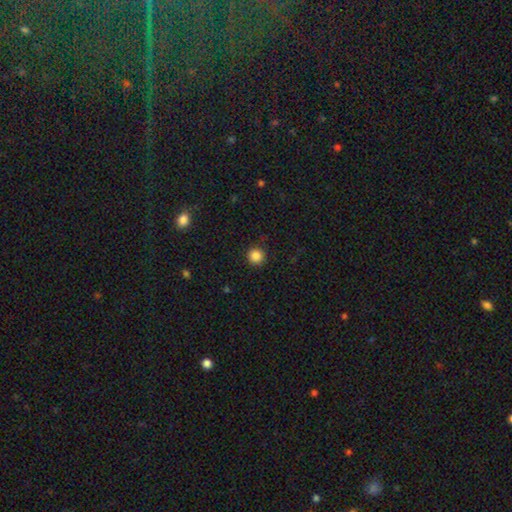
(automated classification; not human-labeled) Smooth or featured?
  - smooth: 86% *
  - star or artifact: 11%
  - featured or disk: 3%
How rounded?
  - round: 95% *
  - in between: 4%
  - cigar-shaped: 1%
Merging?
  - none: 91% *
  - minor disturbance: 6%
  - major disturbance: 2%
  - merger: 1%